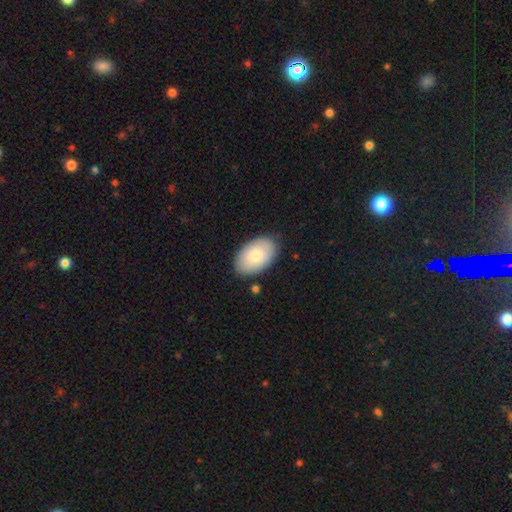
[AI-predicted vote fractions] Overall: smooth (80%). How rounded: in between (93%). Merging: none (84%).